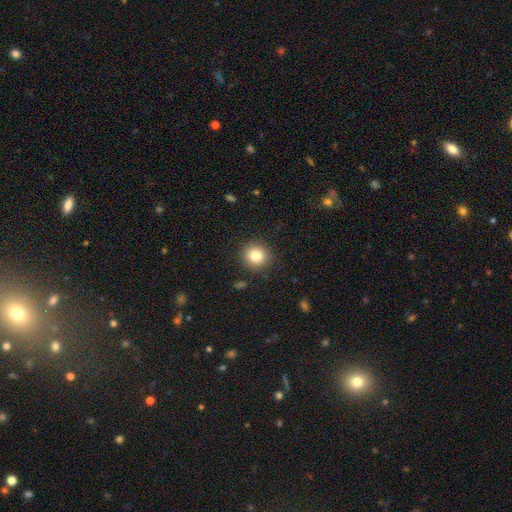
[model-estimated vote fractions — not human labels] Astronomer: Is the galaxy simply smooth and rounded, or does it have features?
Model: smooth — 83%.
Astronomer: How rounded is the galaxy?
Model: round — 91%.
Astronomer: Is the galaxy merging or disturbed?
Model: none — 90%.